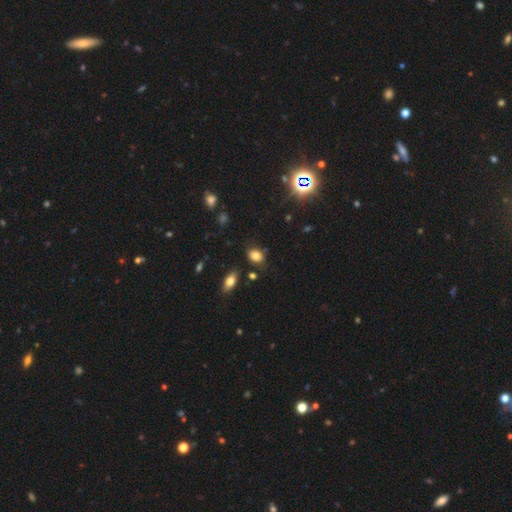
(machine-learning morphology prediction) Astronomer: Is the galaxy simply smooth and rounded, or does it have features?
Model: smooth — 80%.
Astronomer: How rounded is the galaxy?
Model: in between — 68%.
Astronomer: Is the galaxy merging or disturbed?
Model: none — 75%.